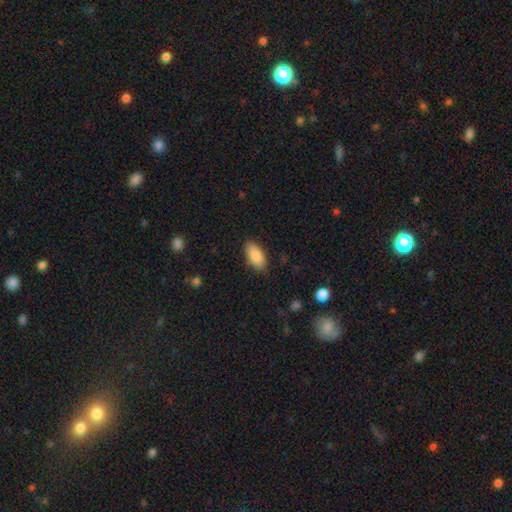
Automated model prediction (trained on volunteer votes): Smooth or featured? Predicted: smooth (p=0.89). How rounded? Predicted: in between (p=0.93). Merging? Predicted: none (p=0.86).